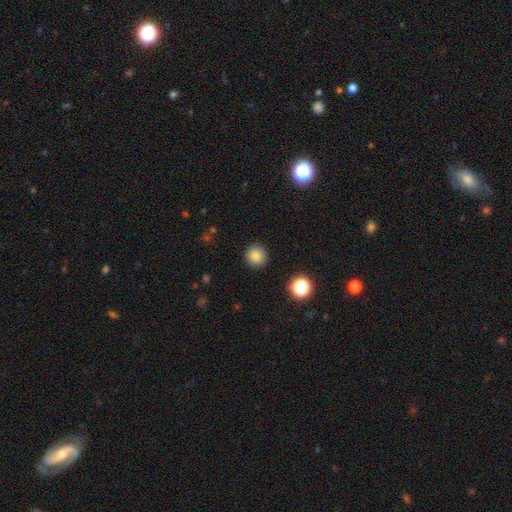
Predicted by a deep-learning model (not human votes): Smooth or featured: smooth — 84% (star or artifact — 12%)
How rounded: round — 94% (in between — 5%)
Merging: none — 91% (minor disturbance — 6%)